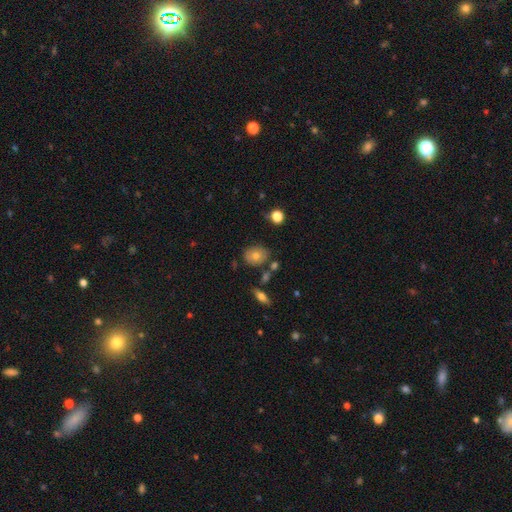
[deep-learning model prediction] A smooth galaxy with no disk features (69%) that is in between round and cigar-shaped (51%).

Vote fractions:
- Smooth or featured? smooth: 69% / featured or disk: 21% / star or artifact: 11%
- How rounded? in between: 51% / round: 48% / cigar-shaped: 1%
- Merging? none: 74% / minor disturbance: 16% / merger: 6% / major disturbance: 4%